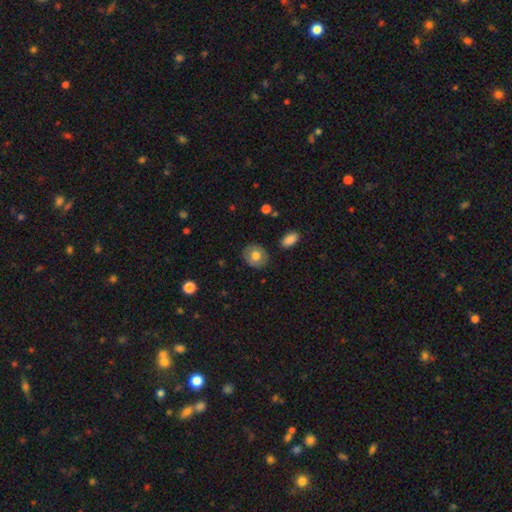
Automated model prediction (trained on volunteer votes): Smooth or featured: smooth — 69% (featured or disk — 23%)
How rounded: round — 74% (in between — 25%)
Merging: none — 85% (minor disturbance — 10%)